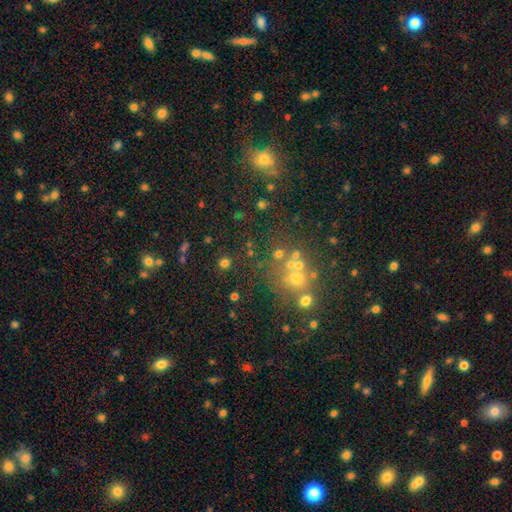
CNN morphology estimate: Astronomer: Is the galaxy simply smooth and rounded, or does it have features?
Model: star or artifact — 52% (runner-up: smooth, 36%).